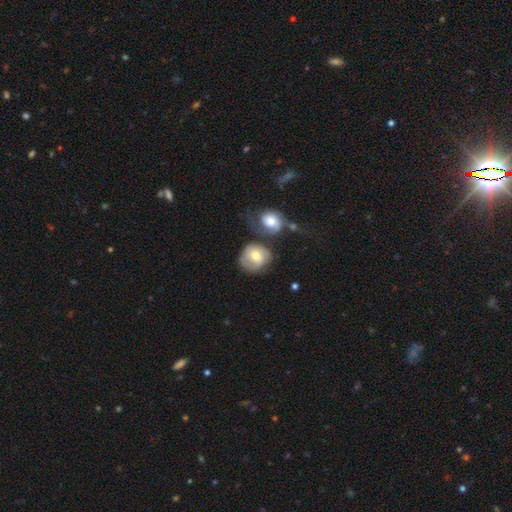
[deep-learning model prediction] smooth_or_featured: smooth (p=0.55) [alt: featured or disk p=0.38]
how_rounded: round (p=0.74) [alt: in between p=0.25]
merging: none (p=0.39) [alt: merger p=0.29]